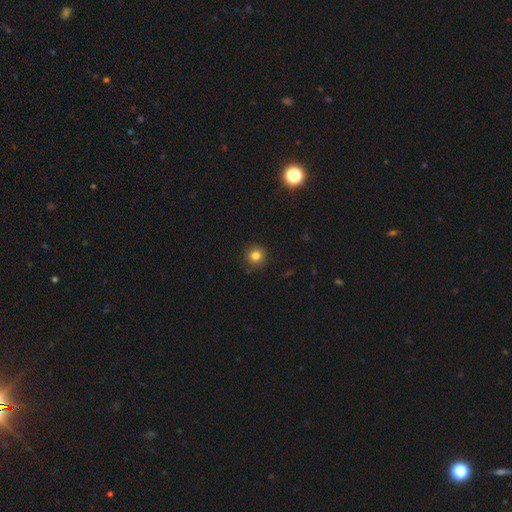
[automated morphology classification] smooth-or-featured: smooth: 82% | star or artifact: 13% | featured or disk: 6%
  how-rounded: round: 94% | in between: 5% | cigar-shaped: 1%
  merging: none: 91% | minor disturbance: 6% | major disturbance: 2% | merger: 1%